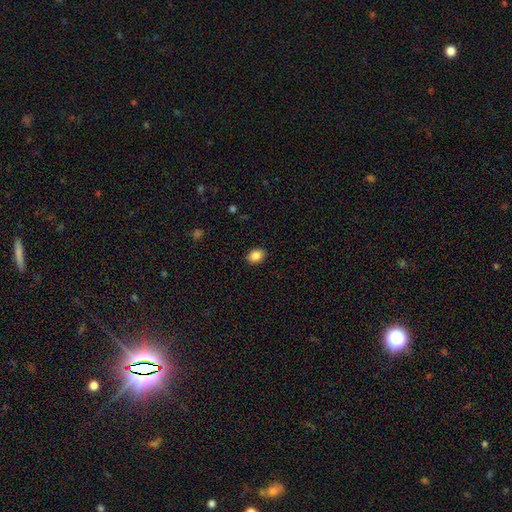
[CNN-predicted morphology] This is clearly a smooth galaxy (87%). How rounded: likely in between (67%). Merging: clearly none (90%).